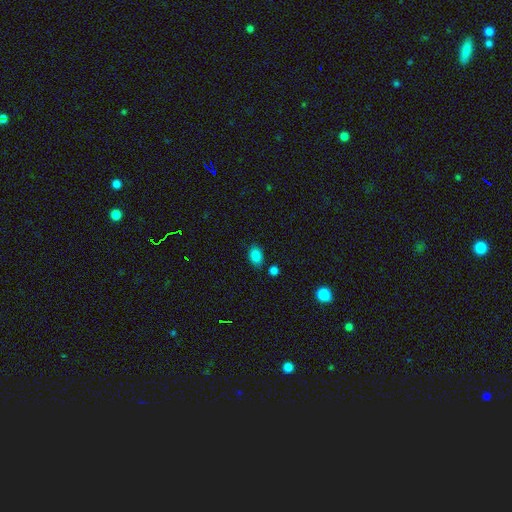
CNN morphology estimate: smooth-or-featured: smooth: 85% | star or artifact: 10% | featured or disk: 5%
  how-rounded: in between: 82% | round: 17% | cigar-shaped: 1%
  merging: none: 79% | minor disturbance: 13% | merger: 5% | major disturbance: 3%